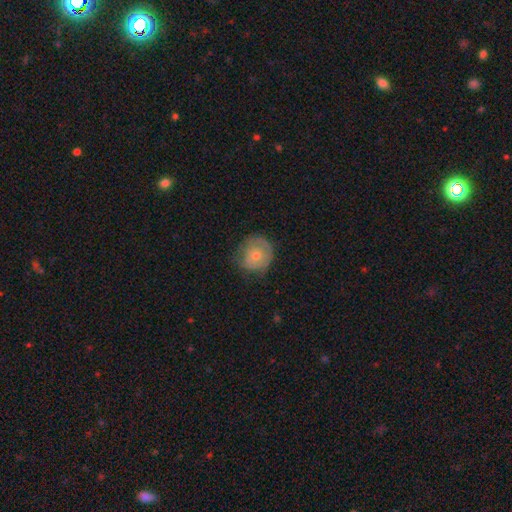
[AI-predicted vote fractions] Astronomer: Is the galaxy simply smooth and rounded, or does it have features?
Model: smooth — 58% (runner-up: featured or disk, 34%).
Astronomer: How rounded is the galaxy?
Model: round — 82%.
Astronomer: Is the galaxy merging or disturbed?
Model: none — 61%.